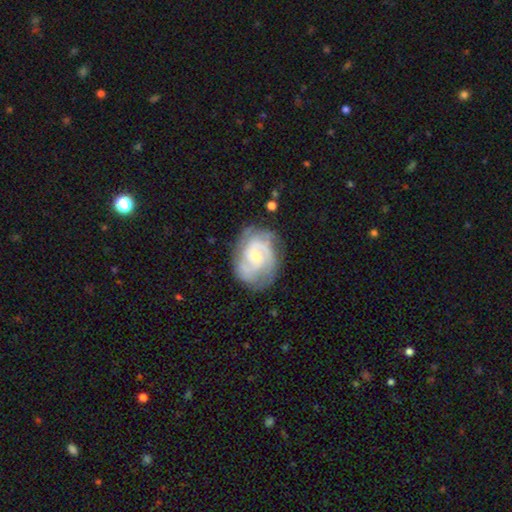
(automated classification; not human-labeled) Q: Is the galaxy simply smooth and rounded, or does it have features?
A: featured or disk — 83%.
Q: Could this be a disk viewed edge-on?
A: no — 98%.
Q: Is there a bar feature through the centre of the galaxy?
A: no — 66%.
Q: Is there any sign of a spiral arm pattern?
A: yes — 94%.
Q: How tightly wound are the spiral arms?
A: tight — 55%.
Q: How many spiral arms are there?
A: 2 — 40%.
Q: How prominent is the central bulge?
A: small — 57%.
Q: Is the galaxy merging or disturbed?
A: none — 70%.